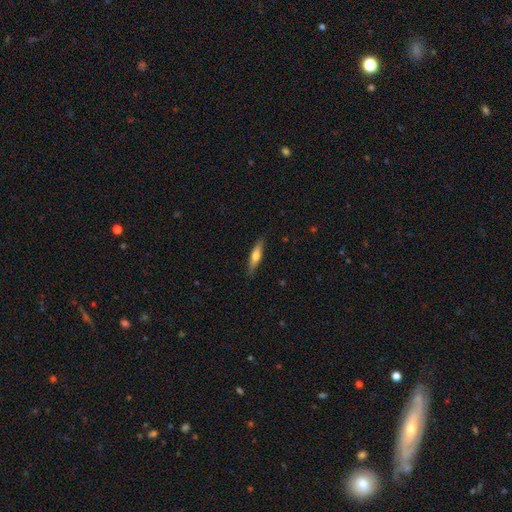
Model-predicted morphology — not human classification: Overall: smooth (54%; featured or disk 40%). How rounded: cigar-shaped (79%). Merging: none (87%).